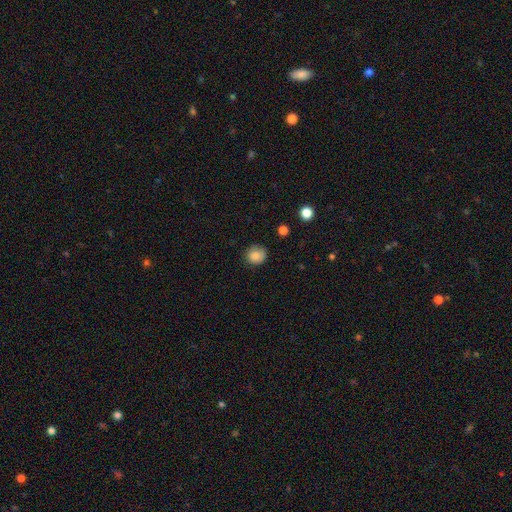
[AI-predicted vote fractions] A smooth galaxy with no disk features (85%) that is round (87%).

Vote fractions:
- Smooth or featured? smooth: 85% / star or artifact: 9% / featured or disk: 6%
- How rounded? round: 87% / in between: 12% / cigar-shaped: 1%
- Merging? none: 81% / minor disturbance: 15% / major disturbance: 3% / merger: 1%